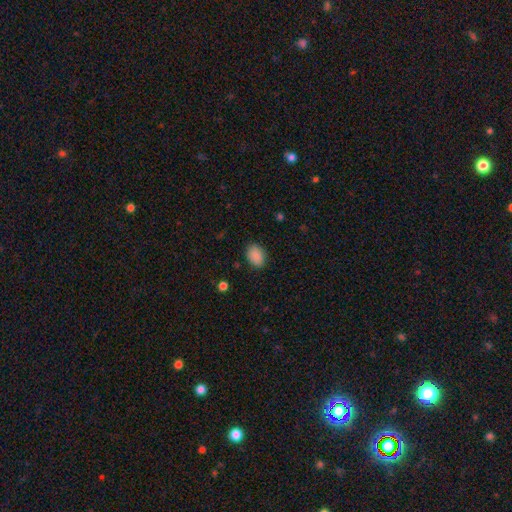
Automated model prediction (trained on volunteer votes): A smooth galaxy with no disk features (89%) that is in between round and cigar-shaped (78%). Merging: none (86%).